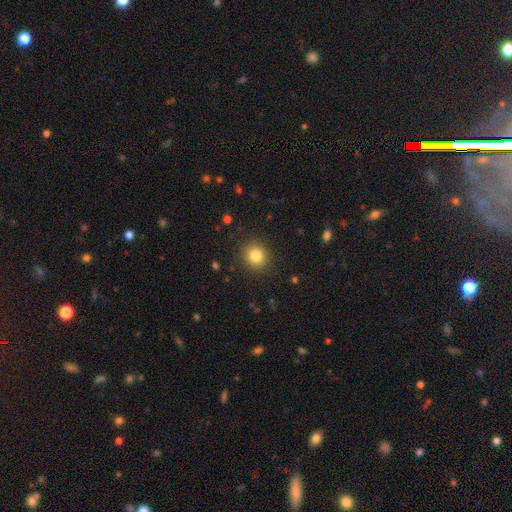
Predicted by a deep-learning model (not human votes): The model was most divided on "smooth or featured": smooth: 83%, star or artifact: 11%, featured or disk: 6%. More confident: merging — none (89%); how rounded — round (89%).